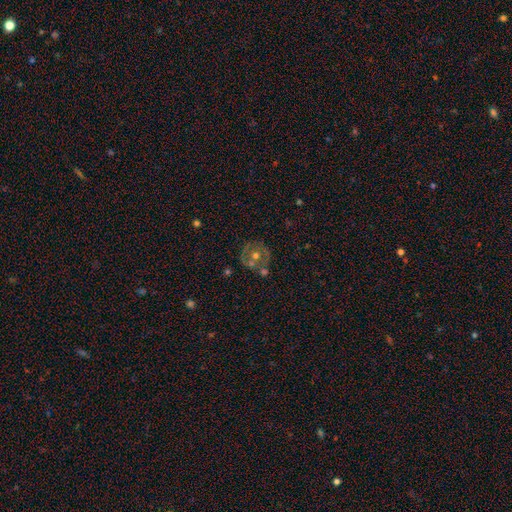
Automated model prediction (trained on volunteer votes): Morphology: type=featured or disk (61%); edge-on=no (96%); bar=no (82%); spiral arms=no (68%); bulge=moderate (72%); merging=none (63%).